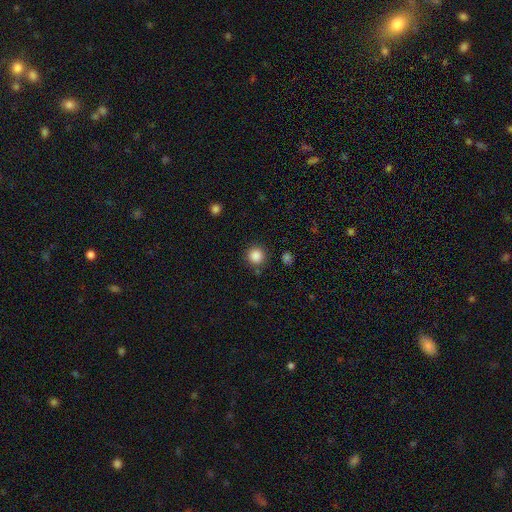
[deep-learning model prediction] Smooth or featured?
  - smooth: 86% *
  - star or artifact: 11%
  - featured or disk: 3%
How rounded?
  - round: 95% *
  - in between: 5%
  - cigar-shaped: 1%
Merging?
  - none: 86% *
  - minor disturbance: 8%
  - merger: 3%
  - major disturbance: 3%